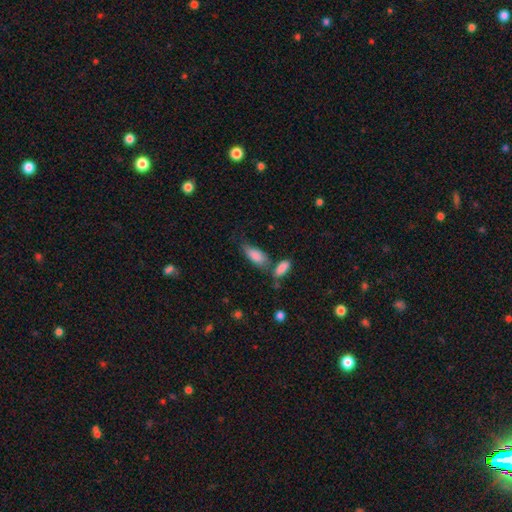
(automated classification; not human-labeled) This is clearly a smooth galaxy (85%). How rounded: clearly in between (83%). Merging: possibly none (47%).